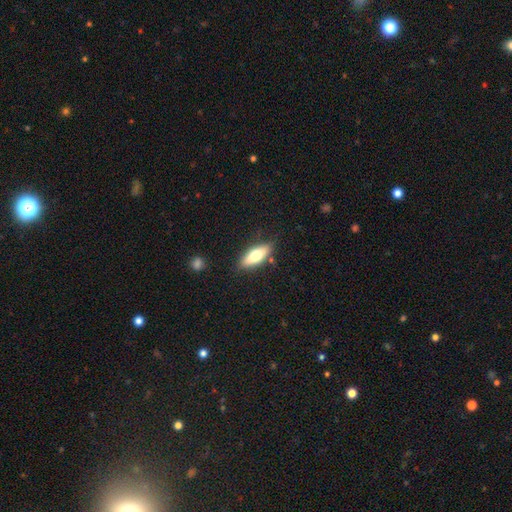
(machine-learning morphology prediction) A smooth galaxy with no disk features (66%) that is in between round and cigar-shaped (62%). Merging: none (82%).